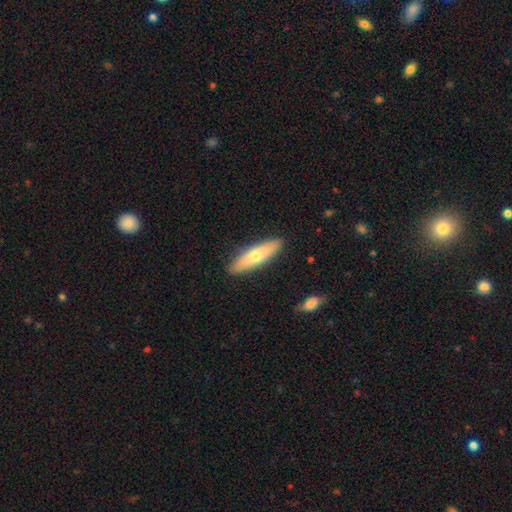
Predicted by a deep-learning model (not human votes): Smooth or featured? Predicted: smooth (p=0.63). How rounded? Predicted: cigar-shaped (p=0.61). Merging? Predicted: none (p=0.89).